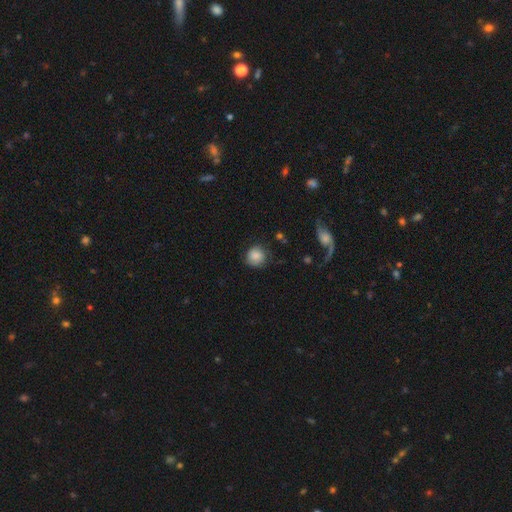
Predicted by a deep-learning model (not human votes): smooth_or_featured: smooth (p=0.81) [alt: featured or disk p=0.11]
how_rounded: round (p=0.85) [alt: in between p=0.14]
merging: none (p=0.72) [alt: minor disturbance p=0.20]